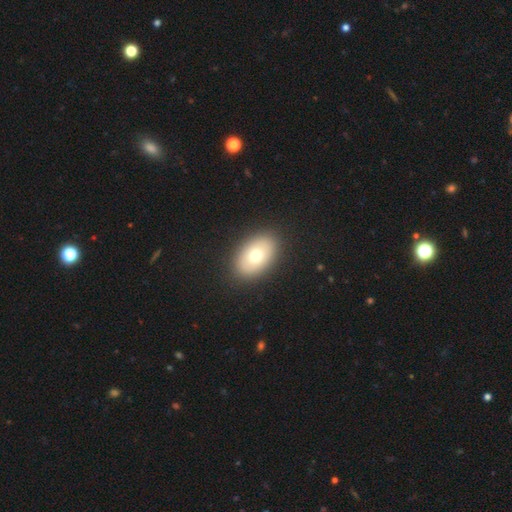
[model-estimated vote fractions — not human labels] Smooth or featured: smooth — 72% (featured or disk — 20%)
How rounded: in between — 89% (round — 10%)
Merging: none — 90% (minor disturbance — 7%)